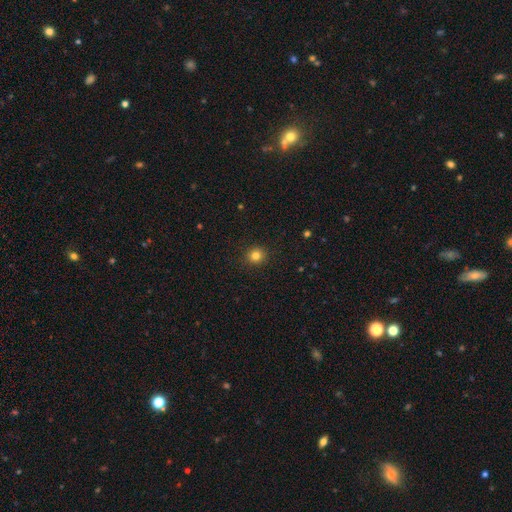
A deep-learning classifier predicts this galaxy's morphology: A smooth galaxy with no disk features (81%) that is round (90%). Merging: none (92%).